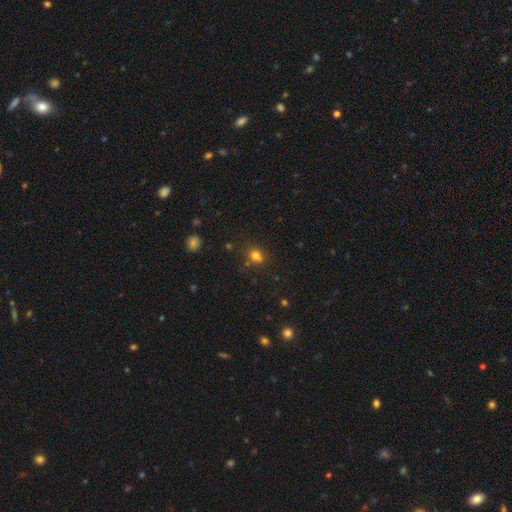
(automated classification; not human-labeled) Smooth or featured?
  - smooth: 74% *
  - star or artifact: 17%
  - featured or disk: 8%
How rounded?
  - round: 58% *
  - in between: 40%
  - cigar-shaped: 1%
Merging?
  - none: 65% *
  - minor disturbance: 15%
  - merger: 15%
  - major disturbance: 5%